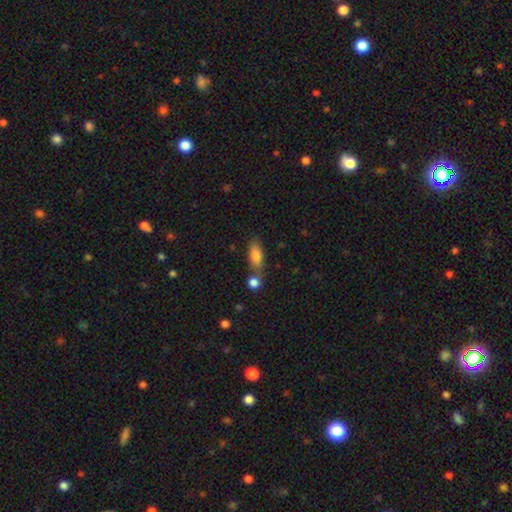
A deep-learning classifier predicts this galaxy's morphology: smooth 80%, featured or disk 12%, star or artifact 8%. Down the decision tree: how rounded — in between (78%); merging — none (62%).